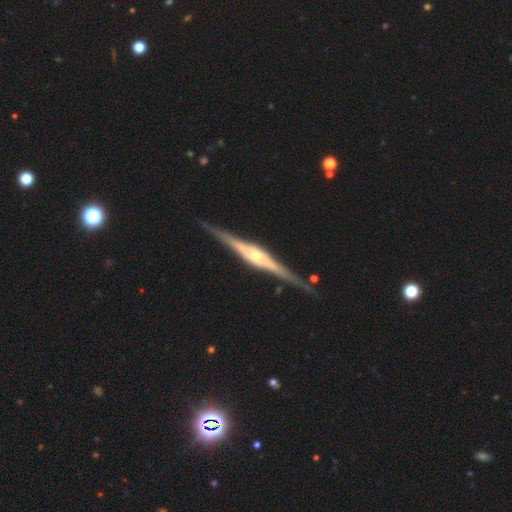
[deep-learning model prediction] smooth_or_featured: featured or disk (p=0.88) [alt: smooth p=0.07]
disk_edge_on: yes (p=0.98) [alt: no p=0.02]
edge_on_bulge: rounded (p=0.62) [alt: boxy p=0.33]
merging: none (p=0.87) [alt: minor disturbance p=0.09]